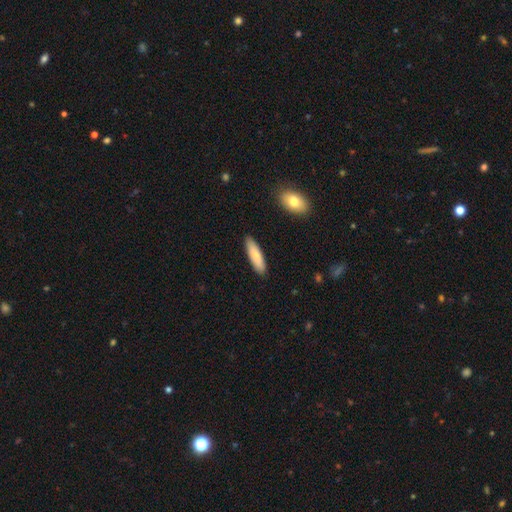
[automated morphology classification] Q: Smooth or featured?
A: smooth (78%); runner-up: featured or disk (16%)
Q: How rounded?
A: cigar-shaped (59%); runner-up: in between (39%)
Q: Merging?
A: none (88%); runner-up: minor disturbance (9%)